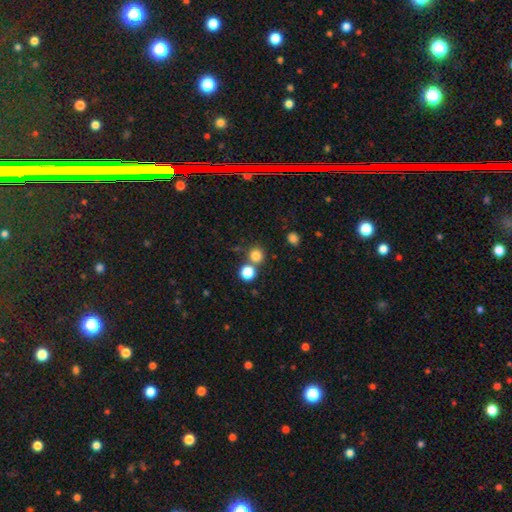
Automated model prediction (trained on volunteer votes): Overall: smooth (80%). How rounded: round (91%). Merging: none (69%).